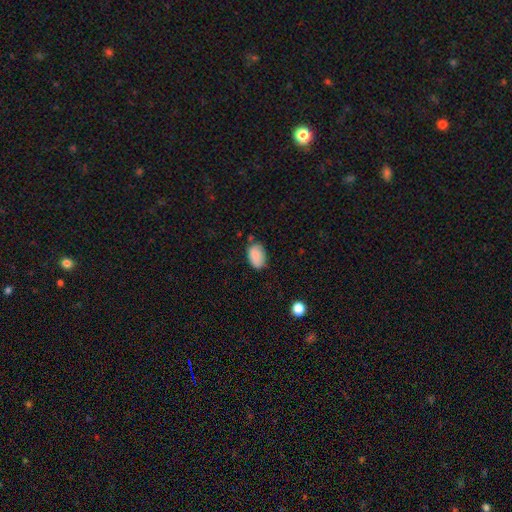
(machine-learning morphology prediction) Smooth or featured? Predicted: smooth (p=0.87). How rounded? Predicted: in between (p=0.89). Merging? Predicted: none (p=0.72).